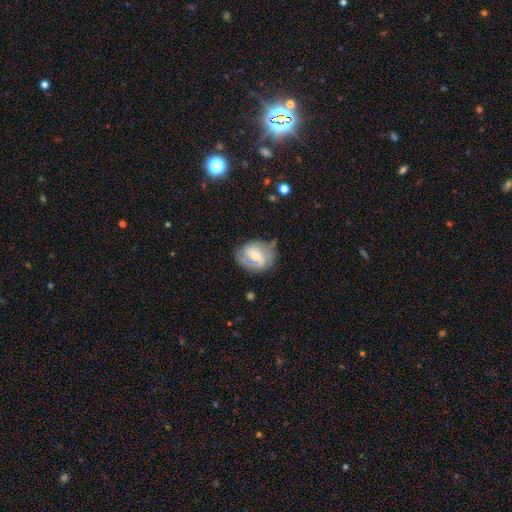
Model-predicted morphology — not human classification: Smooth or featured: featured or disk — 75% (smooth — 19%)
Edge-on disk: no — 97% (yes — 3%)
Bar: weak — 50% (no — 33%)
Spiral arms: yes — 92% (no — 8%)
Spiral winding: tight — 44% (medium — 43%)
Spiral arm count: 2 — 63% (can't tell — 16%)
Bulge size: small — 49% (moderate — 46%)
Merging: none — 64% (minor disturbance — 25%)